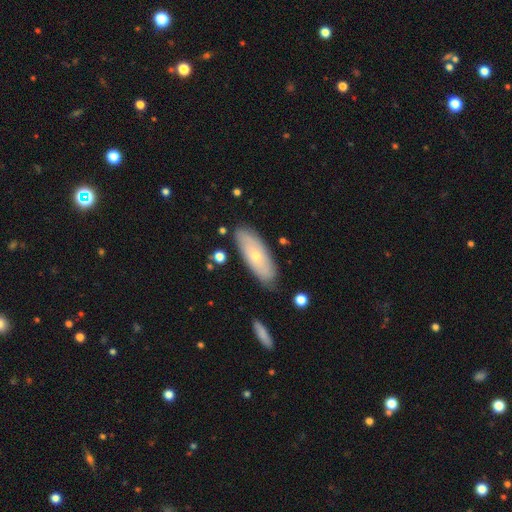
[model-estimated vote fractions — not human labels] smooth-or-featured: smooth: 53% | featured or disk: 40% | star or artifact: 7%
  how-rounded: in between: 70% | cigar-shaped: 28% | round: 2%
  merging: none: 79% | minor disturbance: 16% | major disturbance: 3% | merger: 2%